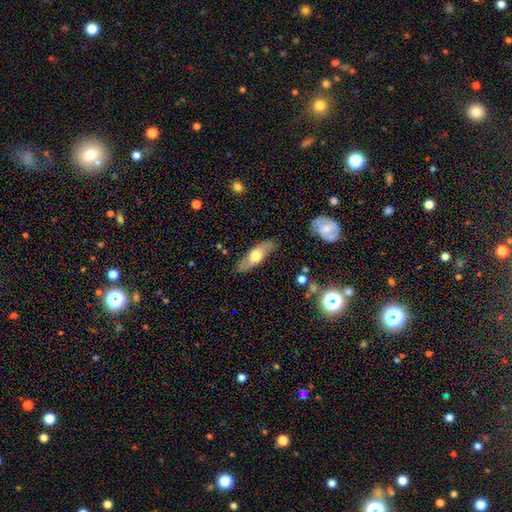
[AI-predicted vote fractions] A smooth galaxy with no disk features (50%). Merging: none (83%).